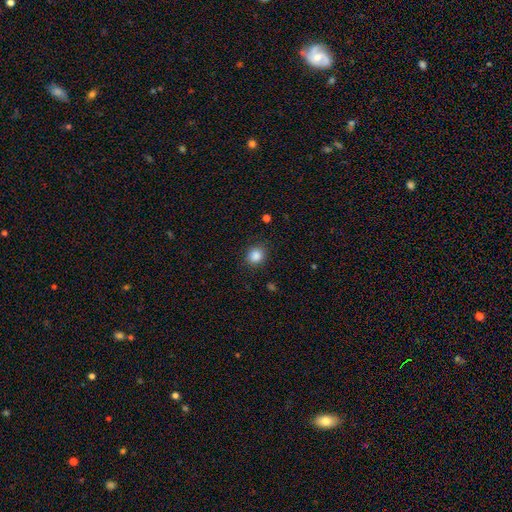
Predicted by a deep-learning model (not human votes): smooth_or_featured: smooth (p=0.86) [alt: star or artifact p=0.10]
how_rounded: round (p=0.74) [alt: in between p=0.25]
merging: none (p=0.86) [alt: minor disturbance p=0.10]